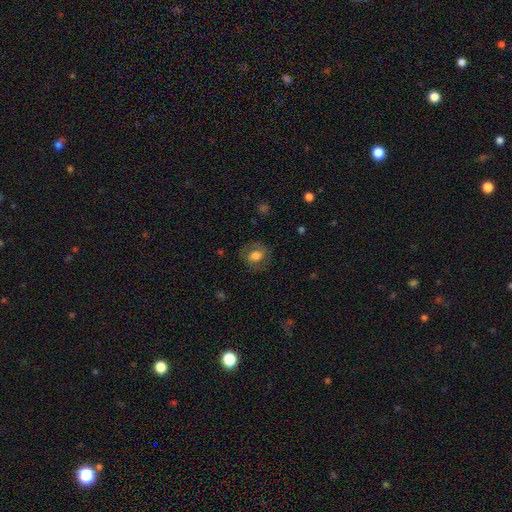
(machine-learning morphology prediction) Smooth or featured: smooth — 58% (featured or disk — 33%)
How rounded: round — 66% (in between — 33%)
Merging: none — 76% (minor disturbance — 15%)